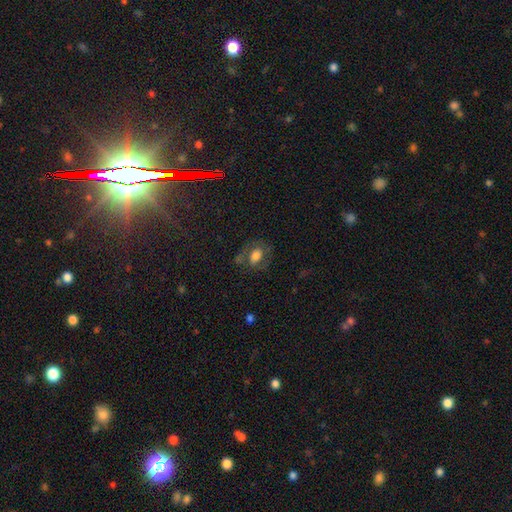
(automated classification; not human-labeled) The model was most divided on "smooth or featured": smooth: 59%, featured or disk: 29%, star or artifact: 11%. More confident: how rounded — in between (78%); merging — none (58%).